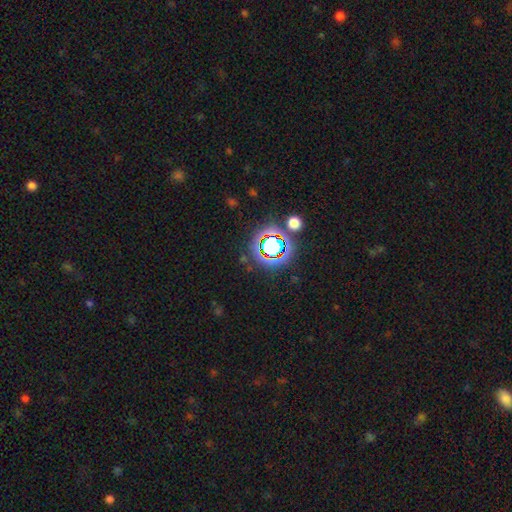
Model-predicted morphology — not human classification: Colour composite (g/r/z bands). It shows a star or artifact, not a galaxy (78%).